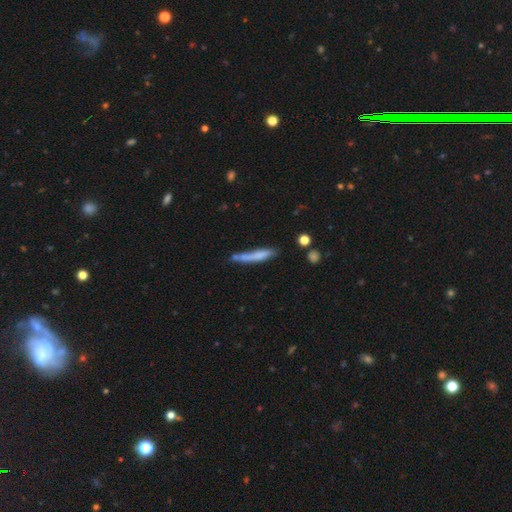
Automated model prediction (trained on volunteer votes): smooth_or_featured: smooth (p=0.65) [alt: featured or disk p=0.27]
how_rounded: cigar-shaped (p=0.92) [alt: in between p=0.07]
merging: none (p=0.56) [alt: minor disturbance p=0.24]